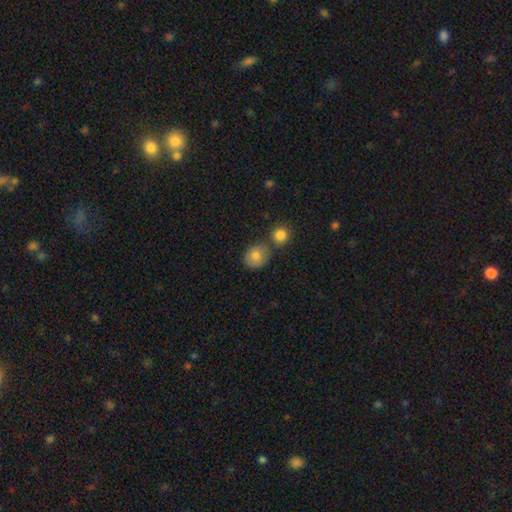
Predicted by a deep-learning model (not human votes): The model was most divided on "merging": none: 58%, merger: 24%, minor disturbance: 14%, major disturbance: 4%. More confident: smooth or featured — smooth (80%); how rounded — round (67%).